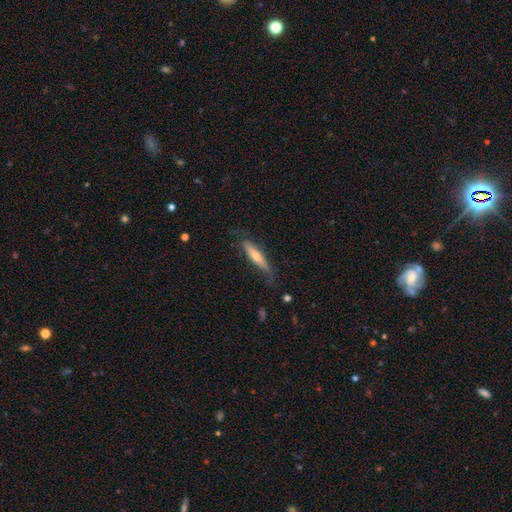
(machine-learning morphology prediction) This is possibly a smooth galaxy (48%). Merging: likely none (71%).